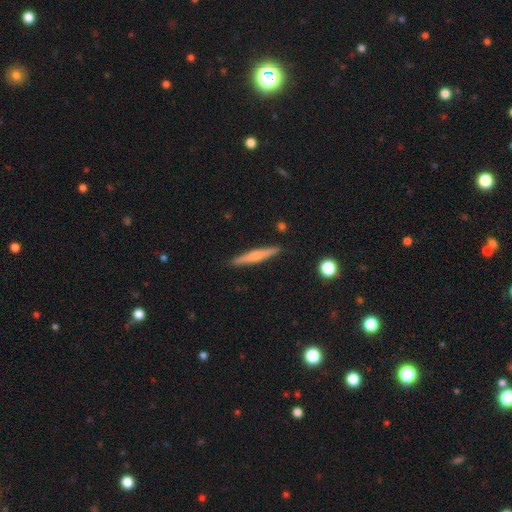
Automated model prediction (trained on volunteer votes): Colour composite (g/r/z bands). It shows a featured or disk galaxy (48%). Merging: none (90%).